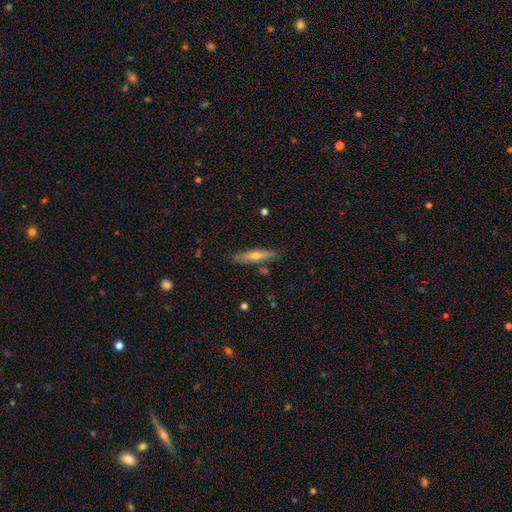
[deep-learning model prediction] Smooth or featured? smooth (48%)
Merging? none (84%)